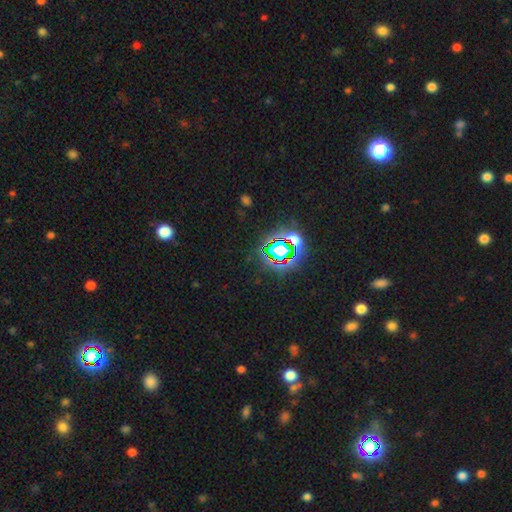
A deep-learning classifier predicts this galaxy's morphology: This appears to be a star or artifact, not a galaxy (79%).